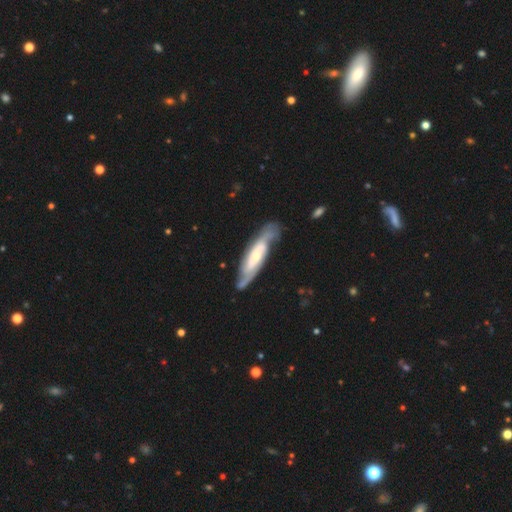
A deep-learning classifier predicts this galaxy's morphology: Overall: featured or disk (77%). Edge-on disk: no (75%). Bar: no (47%; weak 33%). Spiral arms: yes (92%). Spiral arm count: 2 (65%). Spiral winding: tight (45%; medium 39%). Bulge size: small (54%; moderate 37%). Merging: none (73%).